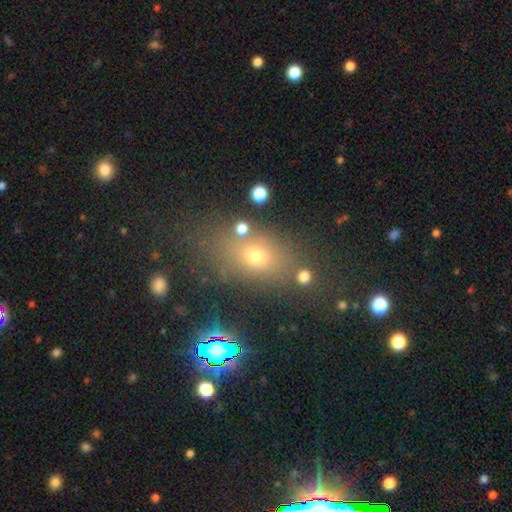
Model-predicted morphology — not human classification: smooth 65%, star or artifact 20%, featured or disk 15%. Down the decision tree: how rounded — in between (70%); merging — none (69%).